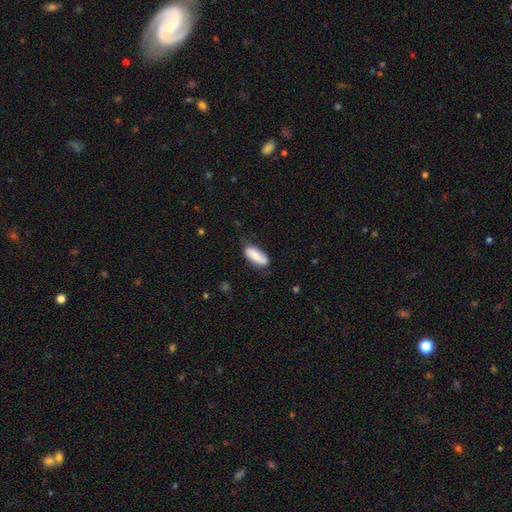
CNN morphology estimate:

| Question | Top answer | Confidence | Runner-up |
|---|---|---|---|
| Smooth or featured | smooth | 72% | featured or disk (22%) |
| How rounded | in between | 76% | cigar-shaped (22%) |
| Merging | none | 70% | minor disturbance (23%) |